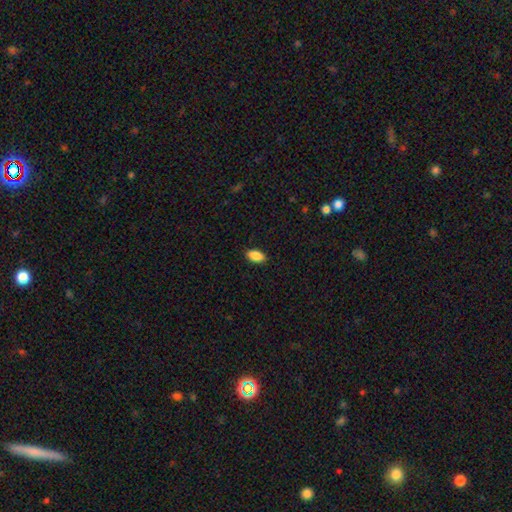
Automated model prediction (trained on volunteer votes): Q: Smooth or featured?
A: smooth (89%); runner-up: star or artifact (7%)
Q: How rounded?
A: in between (93%); runner-up: cigar-shaped (4%)
Q: Merging?
A: none (89%); runner-up: minor disturbance (8%)